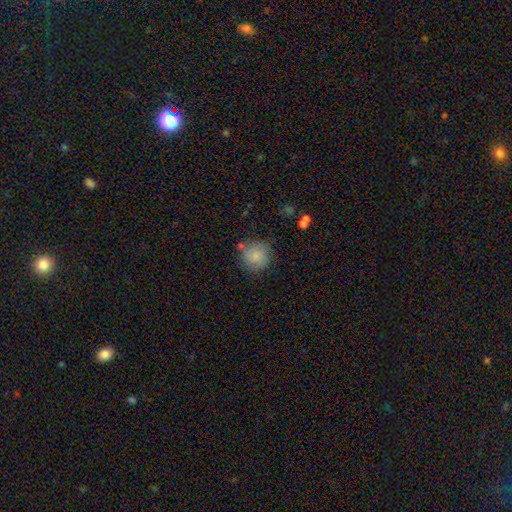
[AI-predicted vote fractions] The model was most divided on "merging": none: 71%, minor disturbance: 17%, merger: 7%, major disturbance: 5%. More confident: how rounded — round (91%); smooth or featured — smooth (82%).